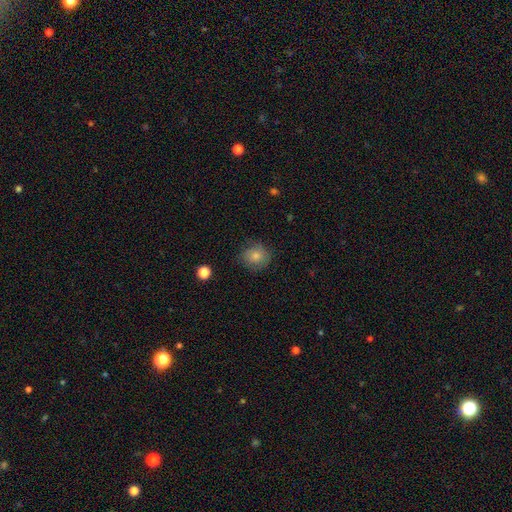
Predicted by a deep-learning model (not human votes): smooth_or_featured: smooth (p=0.80) [alt: featured or disk p=0.11]
how_rounded: round (p=0.82) [alt: in between p=0.17]
merging: none (p=0.77) [alt: minor disturbance p=0.17]